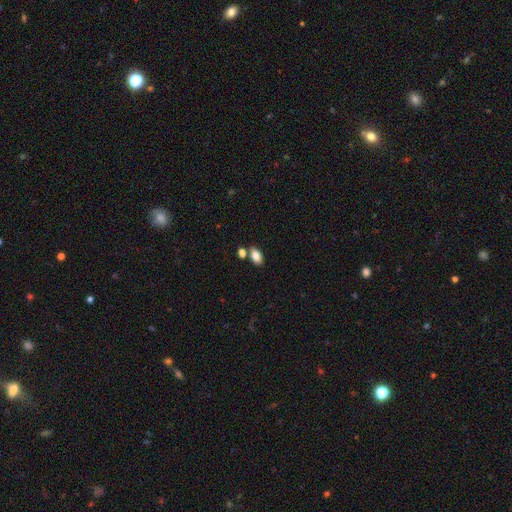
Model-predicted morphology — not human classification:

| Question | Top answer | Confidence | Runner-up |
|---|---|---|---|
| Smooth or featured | smooth | 83% | star or artifact (9%) |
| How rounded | in between | 91% | round (7%) |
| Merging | none | 70% | merger (16%) |